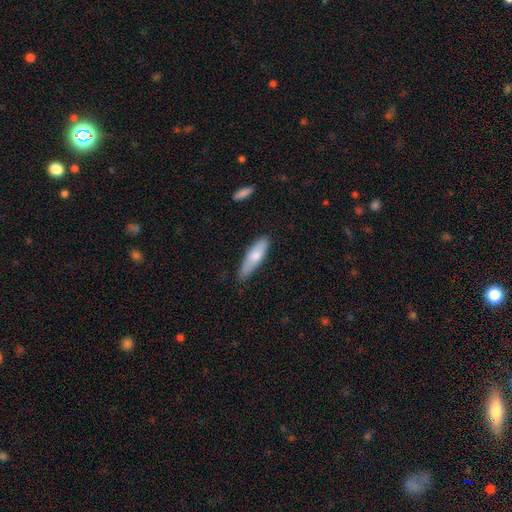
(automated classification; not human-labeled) A smooth galaxy with no disk features (71%) that is cigar-shaped (61%). Merging: none (77%).